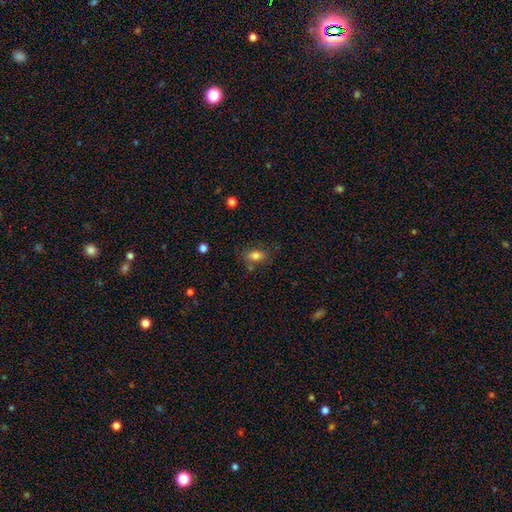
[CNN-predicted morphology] Smooth or featured? smooth (80%)
How rounded? in between (84%)
Merging? none (72%)